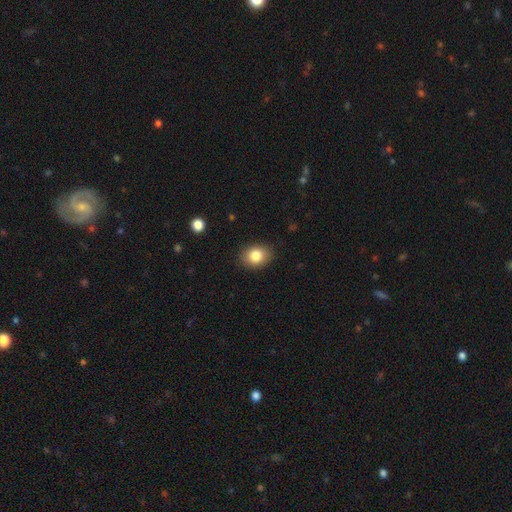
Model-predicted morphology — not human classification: smooth-or-featured: smooth: 84% | star or artifact: 9% | featured or disk: 7%
  how-rounded: in between: 55% | round: 44% | cigar-shaped: 1%
  merging: none: 87% | minor disturbance: 10% | major disturbance: 2% | merger: 1%